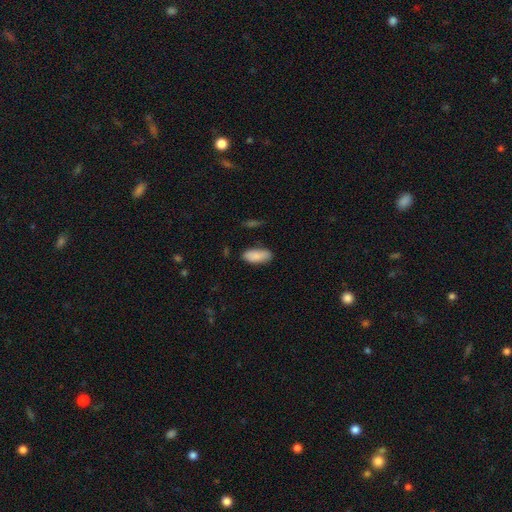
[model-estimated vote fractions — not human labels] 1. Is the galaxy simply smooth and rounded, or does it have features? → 87% smooth, 6% star or artifact, 6% featured or disk.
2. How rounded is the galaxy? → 86% in between, 12% cigar-shaped, 2% round.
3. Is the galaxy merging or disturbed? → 79% none, 16% minor disturbance, 3% major disturbance, 2% merger.